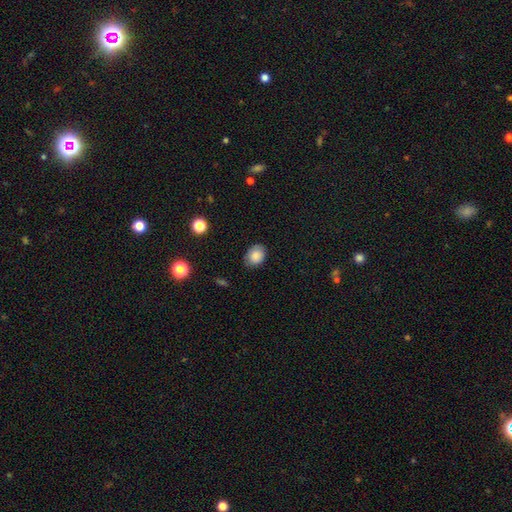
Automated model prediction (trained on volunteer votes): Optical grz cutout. It shows a smooth galaxy with no disk features (85%) that is in between round and cigar-shaped (62%). Merging: none (81%).